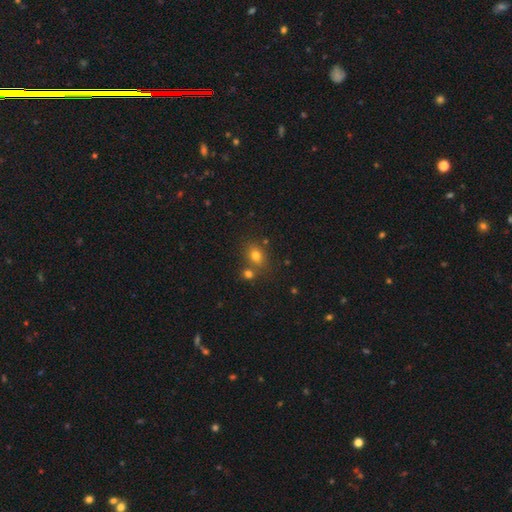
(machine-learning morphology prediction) Overall: smooth (76%). How rounded: round (51%; in between 48%). Merging: none (63%).